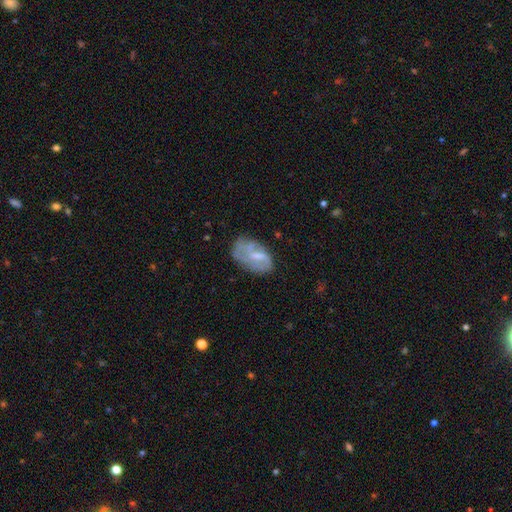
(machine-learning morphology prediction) Overall: featured or disk (51%; smooth 41%). Edge-on disk: no (96%). Merging: none (49%; minor disturbance 29%).